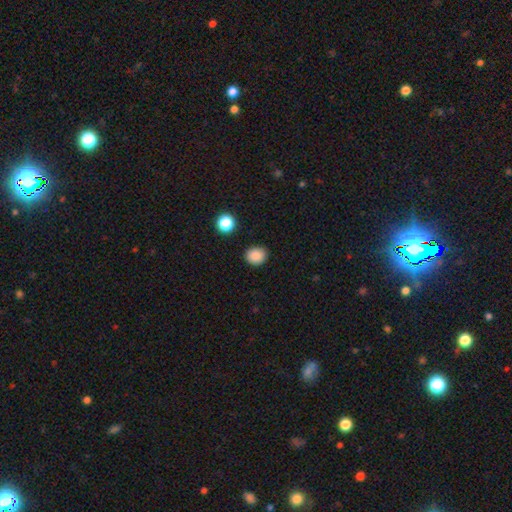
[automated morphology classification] The model was most divided on "how rounded": round: 70%, in between: 30%, cigar-shaped: 1%. More confident: merging — none (87%); smooth or featured — smooth (86%).